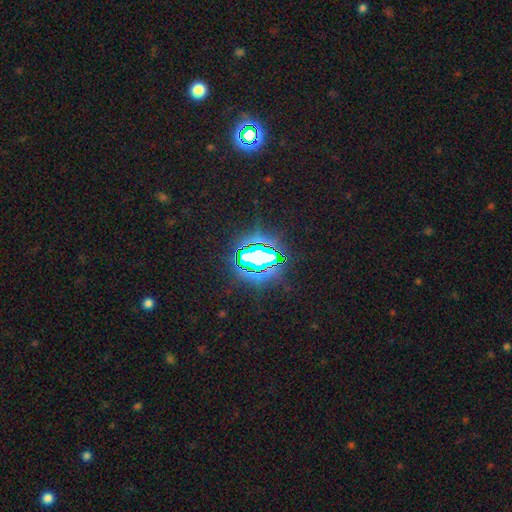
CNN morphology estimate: star or artifact 77%, smooth 12%, featured or disk 10%.